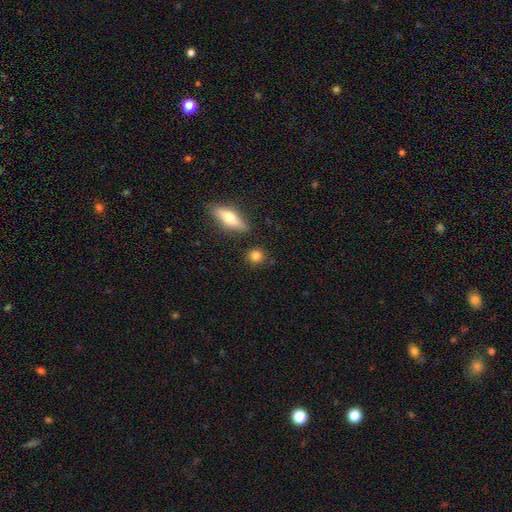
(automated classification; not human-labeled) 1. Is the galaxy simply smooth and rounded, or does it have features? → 83% smooth, 9% star or artifact, 7% featured or disk.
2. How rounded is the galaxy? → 84% round, 13% in between, 4% cigar-shaped.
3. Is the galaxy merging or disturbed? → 85% none, 8% minor disturbance, 4% merger, 3% major disturbance.